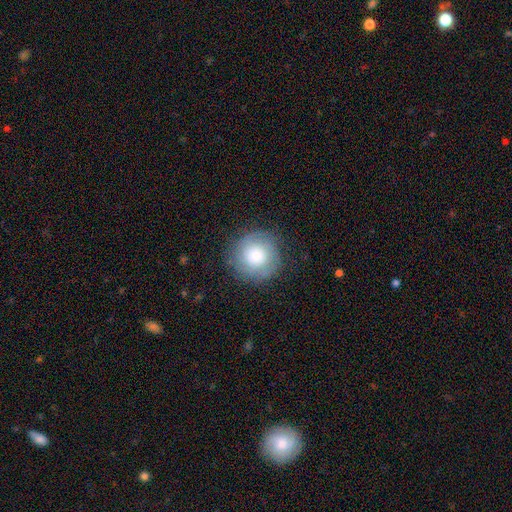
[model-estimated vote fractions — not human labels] This appears to be a smooth galaxy with no disk features (59%) that is round (94%). Merging: none (81%).